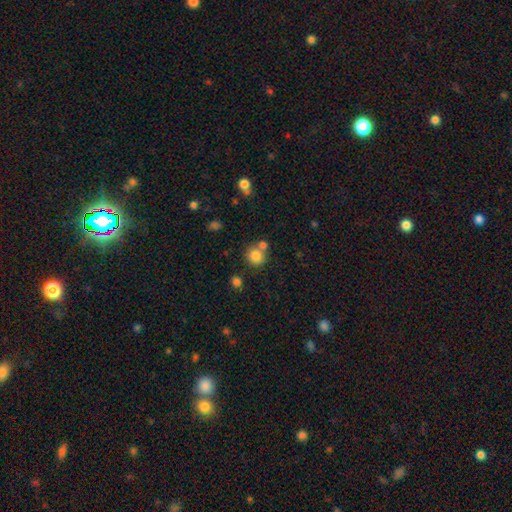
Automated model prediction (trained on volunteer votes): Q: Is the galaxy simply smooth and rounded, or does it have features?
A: smooth — 81%.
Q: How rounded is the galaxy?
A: round — 85%.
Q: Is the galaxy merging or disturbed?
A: none — 63%.